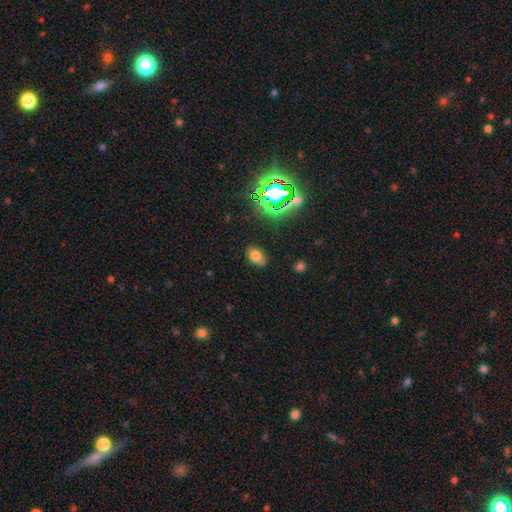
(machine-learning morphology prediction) smooth 72%, star or artifact 18%, featured or disk 10%. Down the decision tree: how rounded — in between (87%); merging — none (82%).